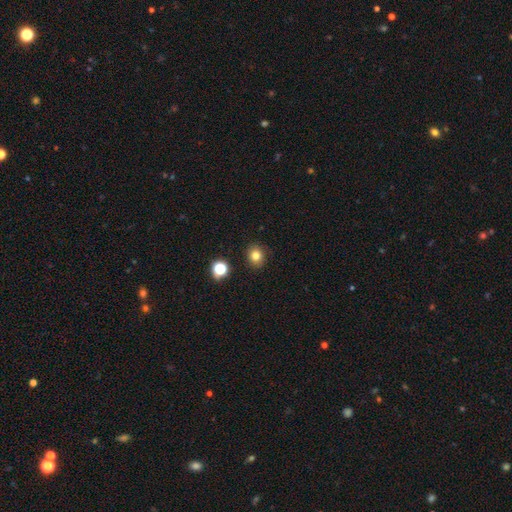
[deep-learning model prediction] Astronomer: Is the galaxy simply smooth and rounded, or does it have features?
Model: smooth — 79%.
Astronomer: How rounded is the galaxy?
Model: round — 73%.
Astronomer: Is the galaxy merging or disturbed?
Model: none — 88%.